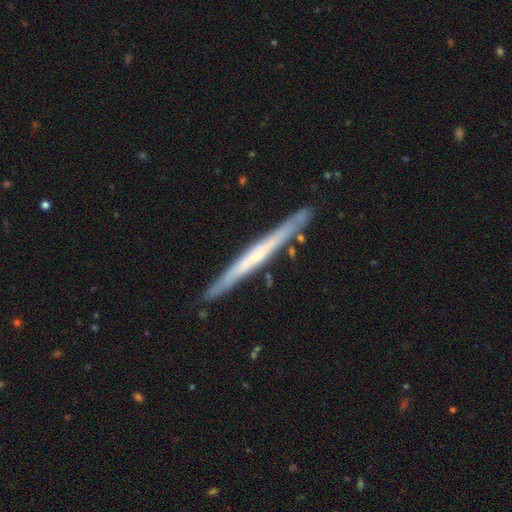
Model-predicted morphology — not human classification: smooth-or-featured: featured or disk: 63% | smooth: 31% | star or artifact: 6%
  disk-edge-on: yes: 96% | no: 4%
    edge-on-bulge: none: 70% | rounded: 24% | boxy: 6%
  merging: none: 88% | minor disturbance: 9% | merger: 2% | major disturbance: 1%